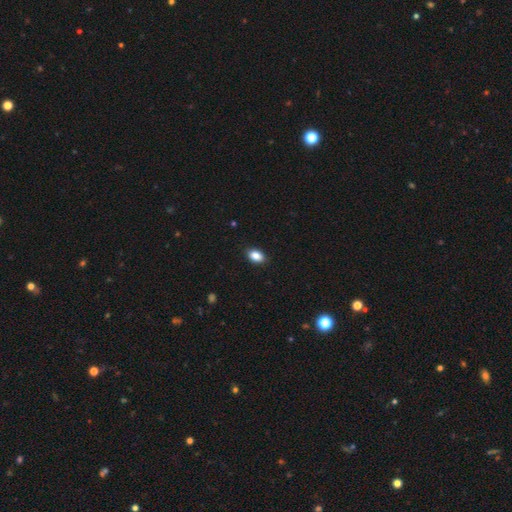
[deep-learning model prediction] Morphology: type=smooth (87%); roundness=in between (86%); merging=none (89%).